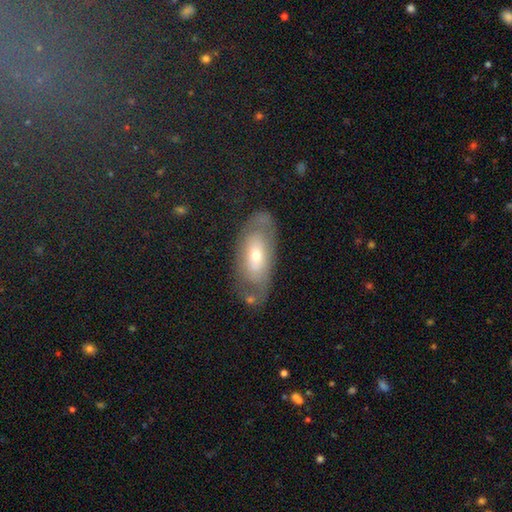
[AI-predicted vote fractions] Smooth or featured: featured or disk — 51% (smooth — 40%)
Edge-on disk: no — 84% (yes — 16%)
Merging: none — 60% (minor disturbance — 23%)